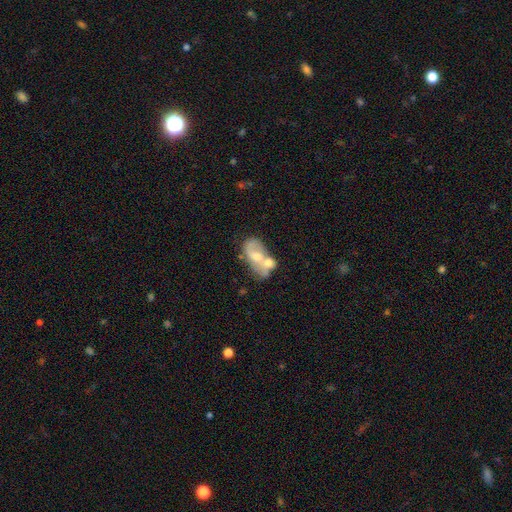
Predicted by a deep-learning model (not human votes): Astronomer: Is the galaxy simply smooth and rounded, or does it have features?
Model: featured or disk — 49% (runner-up: smooth, 43%).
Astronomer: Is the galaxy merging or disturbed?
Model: merger — 59%.